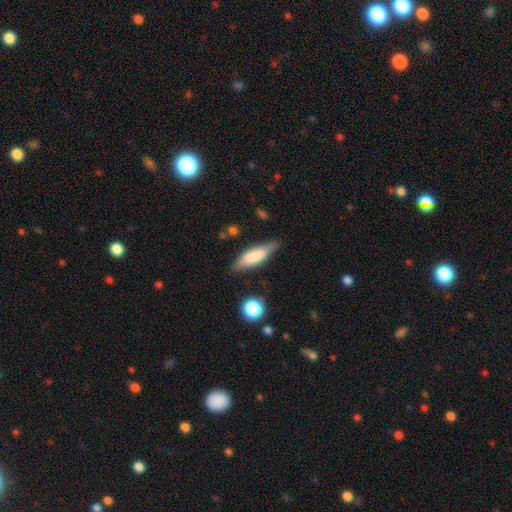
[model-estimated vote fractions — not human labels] Smooth or featured: smooth — 67% (featured or disk — 26%)
How rounded: cigar-shaped — 54% (in between — 44%)
Merging: none — 75% (minor disturbance — 18%)